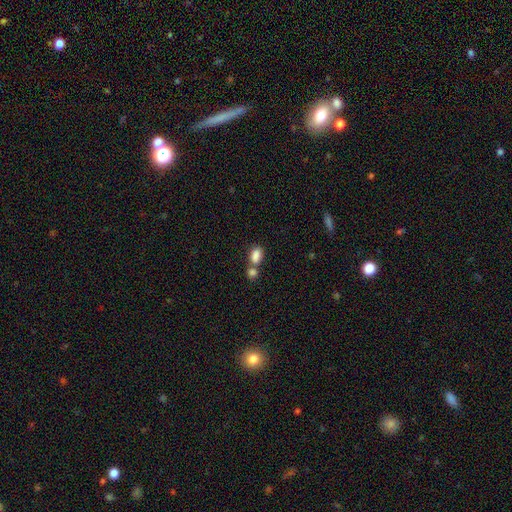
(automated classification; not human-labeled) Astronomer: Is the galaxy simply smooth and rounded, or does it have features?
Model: smooth — 84%.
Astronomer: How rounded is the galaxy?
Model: in between — 84%.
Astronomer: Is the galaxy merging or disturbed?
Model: merger — 48% (runner-up: none, 38%).